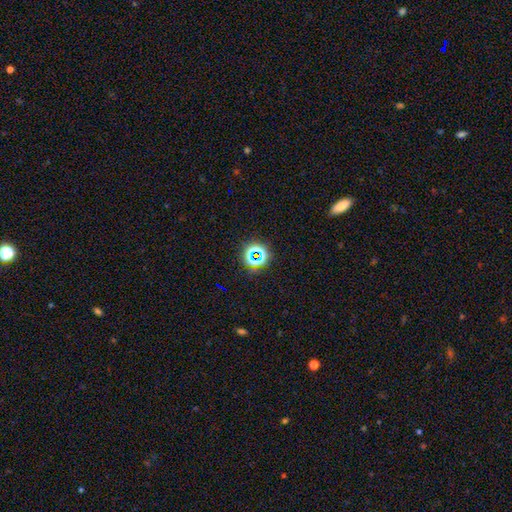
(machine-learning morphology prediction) This appears to be a star or artifact, not a galaxy (65%).